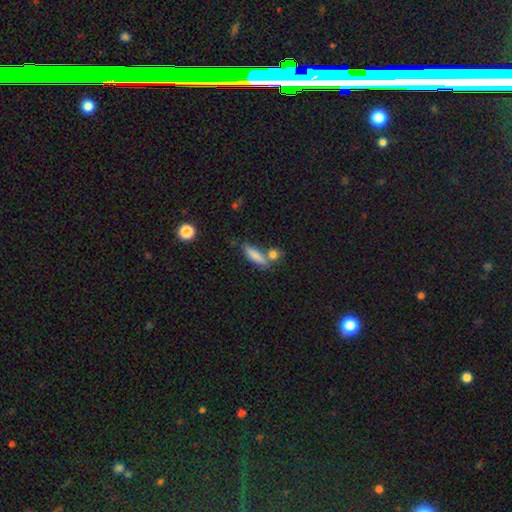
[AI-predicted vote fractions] Smooth or featured? Predicted: smooth (p=0.79). How rounded? Predicted: cigar-shaped (p=0.60). Merging? Predicted: none (p=0.57).